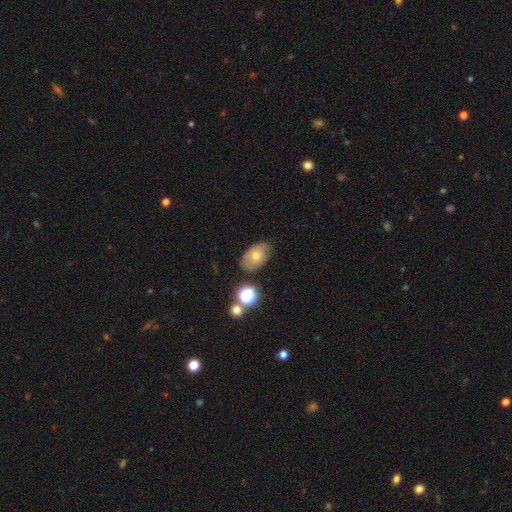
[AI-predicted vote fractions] Smooth or featured?
  - smooth: 61% *
  - featured or disk: 28%
  - star or artifact: 11%
How rounded?
  - in between: 85% *
  - round: 13%
  - cigar-shaped: 1%
Merging?
  - none: 75% *
  - minor disturbance: 18%
  - major disturbance: 4%
  - merger: 3%